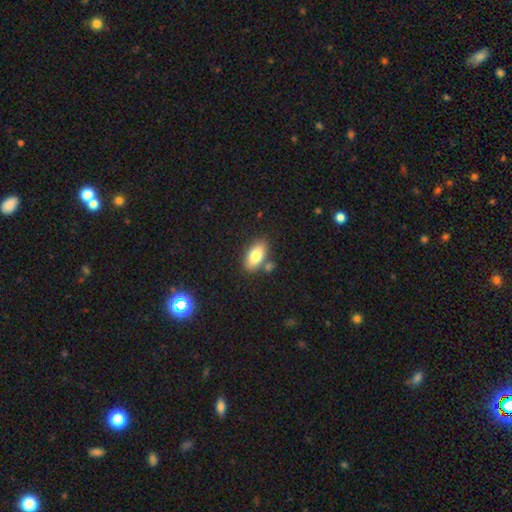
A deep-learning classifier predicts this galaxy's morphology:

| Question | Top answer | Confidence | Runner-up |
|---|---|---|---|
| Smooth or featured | smooth | 80% | featured or disk (12%) |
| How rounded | in between | 92% | round (5%) |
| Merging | none | 76% | minor disturbance (11%) |